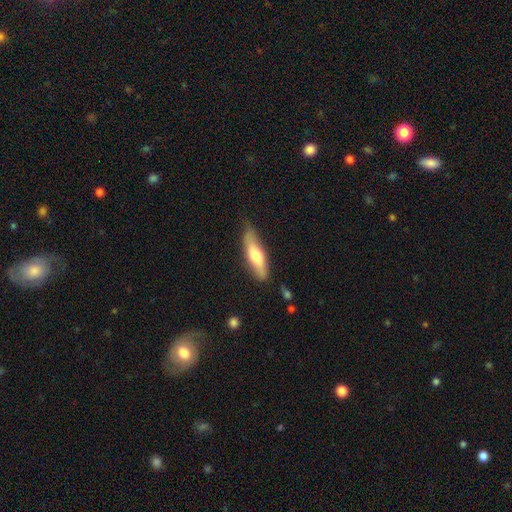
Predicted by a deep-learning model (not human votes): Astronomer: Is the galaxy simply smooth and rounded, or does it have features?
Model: smooth — 60%.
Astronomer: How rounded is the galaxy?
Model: cigar-shaped — 61% (runner-up: in between, 37%).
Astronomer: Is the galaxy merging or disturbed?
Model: none — 70%.